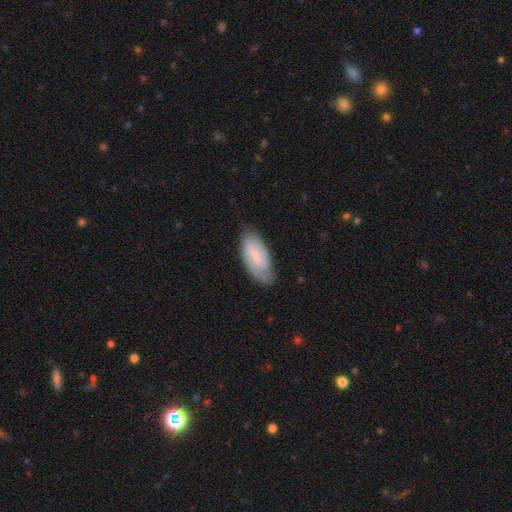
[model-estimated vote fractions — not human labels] featured or disk 54%, smooth 40%, star or artifact 6%. Down the decision tree: edge-on disk — no (92%); merging — none (68%).